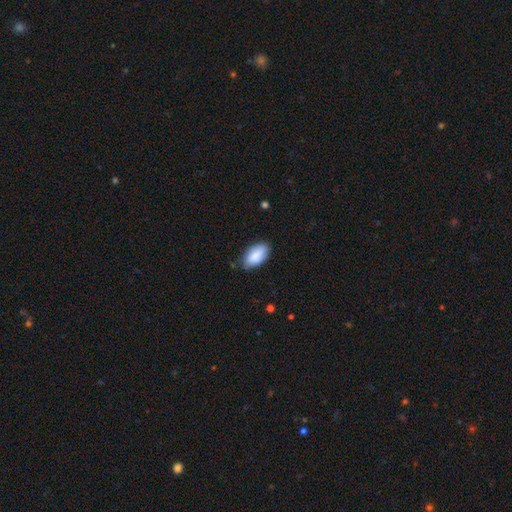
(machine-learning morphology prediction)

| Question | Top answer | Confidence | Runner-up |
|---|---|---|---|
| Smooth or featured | smooth | 87% | featured or disk (7%) |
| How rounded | in between | 94% | cigar-shaped (3%) |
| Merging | none | 73% | minor disturbance (22%) |